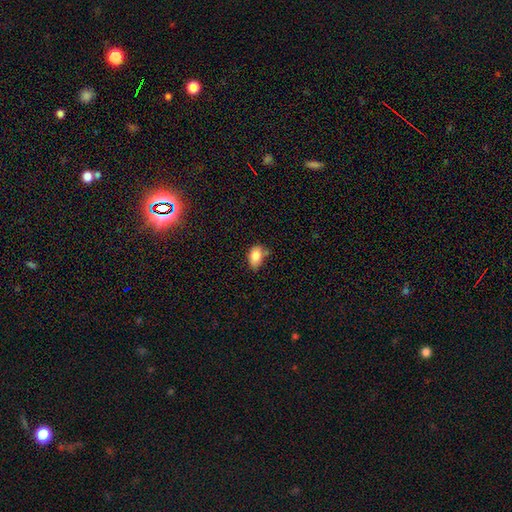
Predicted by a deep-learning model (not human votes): Smooth or featured? smooth (83%)
How rounded? in between (87%)
Merging? none (52%)